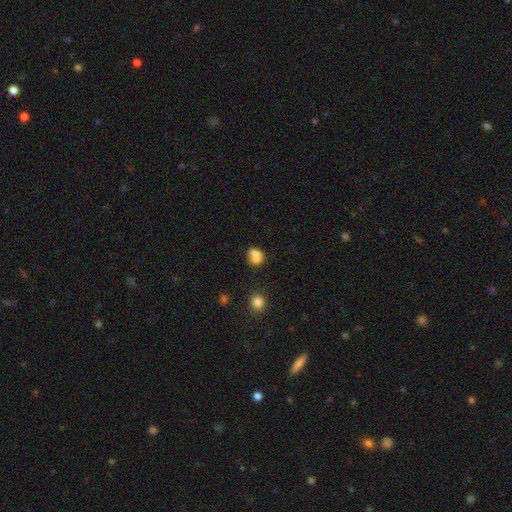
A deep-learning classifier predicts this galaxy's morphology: Smooth or featured: smooth — 70% (featured or disk — 18%)
How rounded: round — 54% (in between — 45%)
Merging: merger — 57% (none — 27%)